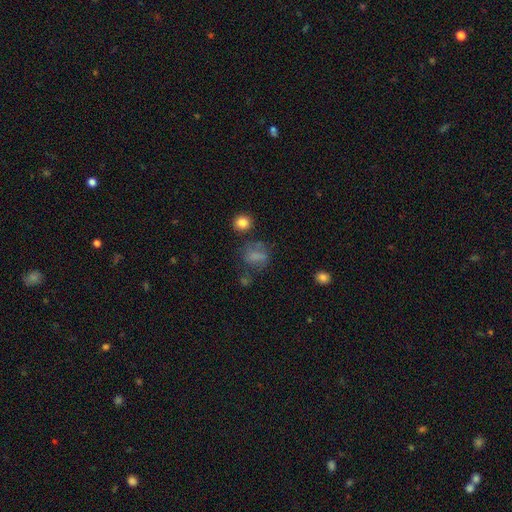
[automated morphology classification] smooth_or_featured: smooth (p=0.67) [alt: star or artifact p=0.17]
how_rounded: round (p=0.51) [alt: in between p=0.47]
merging: none (p=0.52) [alt: minor disturbance p=0.22]